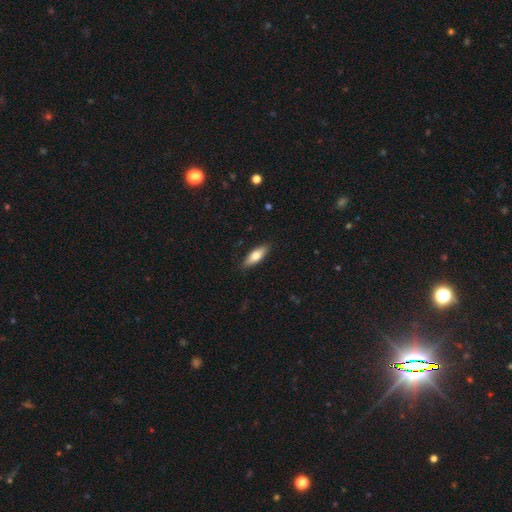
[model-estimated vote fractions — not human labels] This appears to be a smooth galaxy with no disk features (75%) that is in between round and cigar-shaped (61%). Merging: none (86%).